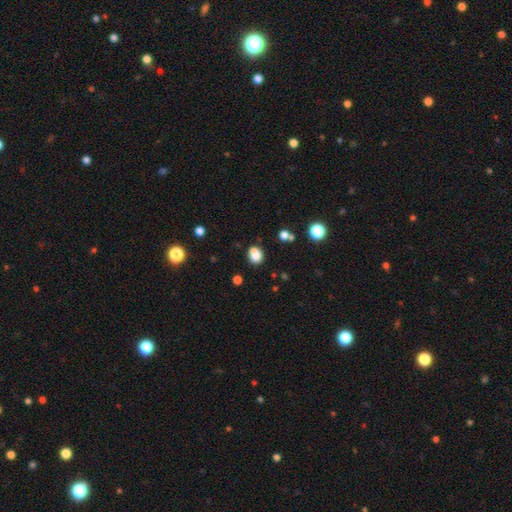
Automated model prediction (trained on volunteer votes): smooth 82%, star or artifact 12%, featured or disk 6%. Down the decision tree: how rounded — round (59%); merging — none (70%).